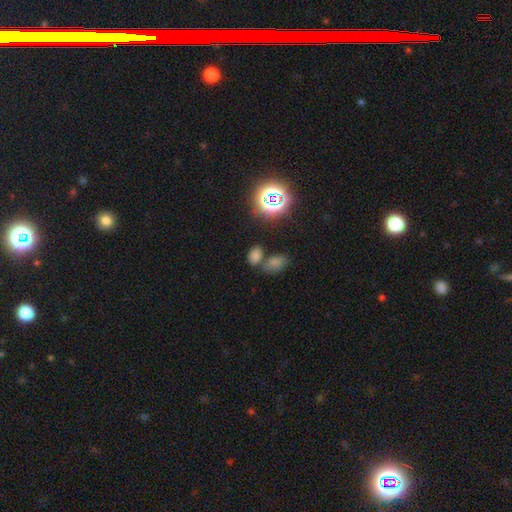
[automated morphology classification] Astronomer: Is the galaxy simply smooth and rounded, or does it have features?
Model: smooth — 67%.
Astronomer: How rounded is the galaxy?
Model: in between — 83%.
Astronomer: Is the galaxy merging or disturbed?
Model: none — 55%.